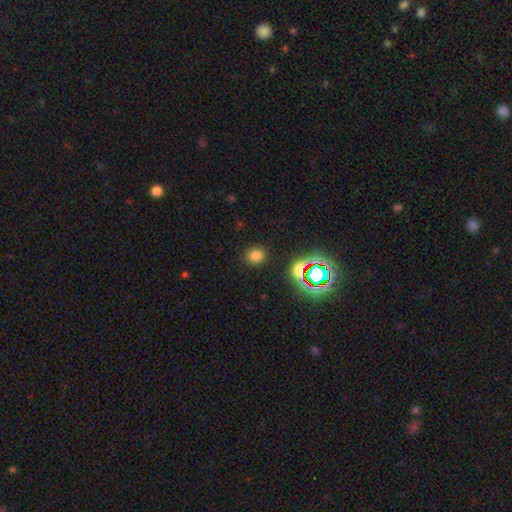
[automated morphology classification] Overall: smooth (75%). How rounded: round (82%). Merging: none (88%).